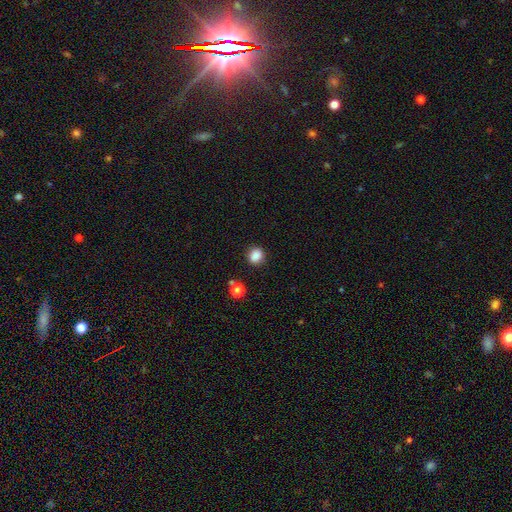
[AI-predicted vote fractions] A smooth galaxy with no disk features (86%) that is round (79%). Merging: none (87%).